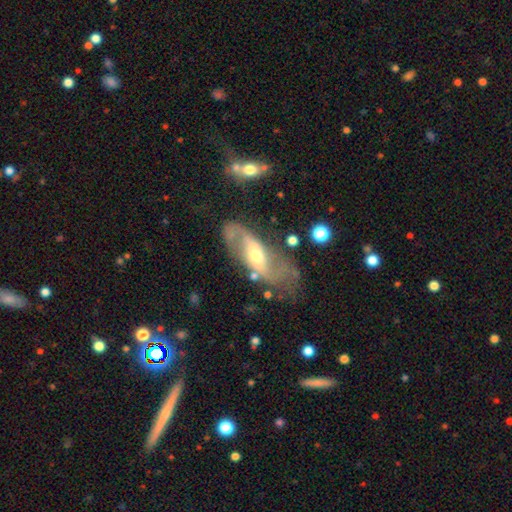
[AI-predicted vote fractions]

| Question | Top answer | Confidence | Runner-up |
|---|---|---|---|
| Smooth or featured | featured or disk | 77% | smooth (17%) |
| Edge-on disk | no | 87% | yes (13%) |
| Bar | no | 40% | weak (36%) |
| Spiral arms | yes | 84% | no (16%) |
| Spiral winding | loose | 52% | medium (35%) |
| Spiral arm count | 2 | 83% | can't tell (9%) |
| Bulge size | moderate | 59% | small (32%) |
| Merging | none | 57% | minor disturbance (21%) |